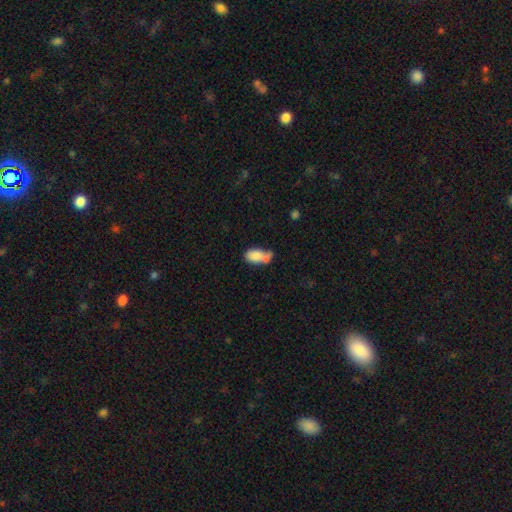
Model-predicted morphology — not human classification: Smooth or featured: smooth — 79% (featured or disk — 12%)
How rounded: in between — 89% (round — 7%)
Merging: merger — 46% (none — 27%)